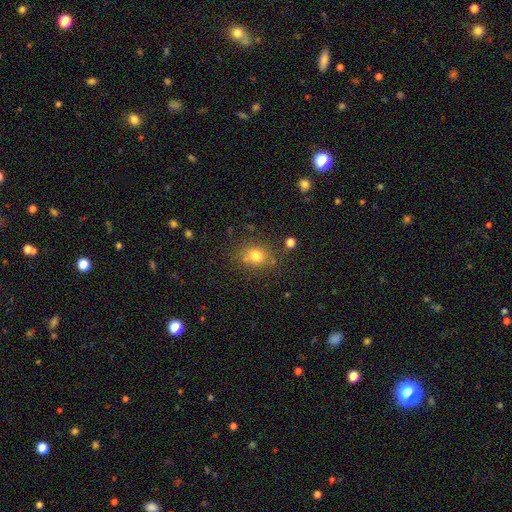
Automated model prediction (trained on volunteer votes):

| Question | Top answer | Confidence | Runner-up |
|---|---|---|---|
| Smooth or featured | smooth | 76% | star or artifact (15%) |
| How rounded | round | 58% | in between (41%) |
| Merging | none | 75% | minor disturbance (13%) |